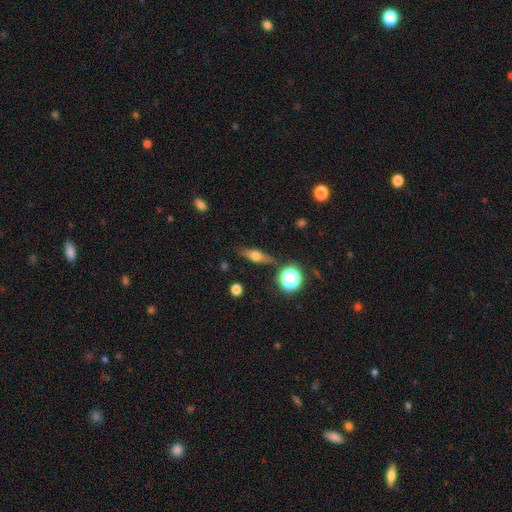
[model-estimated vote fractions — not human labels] A smooth galaxy with no disk features (45%).

Vote fractions:
- Smooth or featured? smooth: 45% / featured or disk: 44% / star or artifact: 11%
- Merging? none: 83% / minor disturbance: 11% / major disturbance: 3% / merger: 3%